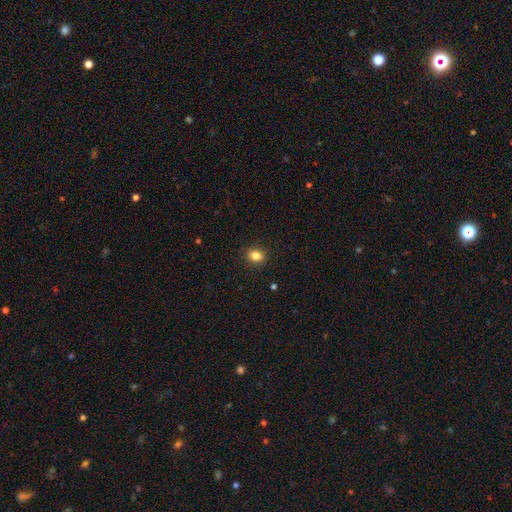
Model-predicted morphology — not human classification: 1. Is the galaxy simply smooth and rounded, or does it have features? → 84% smooth, 11% star or artifact, 5% featured or disk.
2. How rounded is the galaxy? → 53% in between, 46% round, 1% cigar-shaped.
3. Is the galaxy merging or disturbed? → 89% none, 8% minor disturbance, 2% major disturbance, 1% merger.